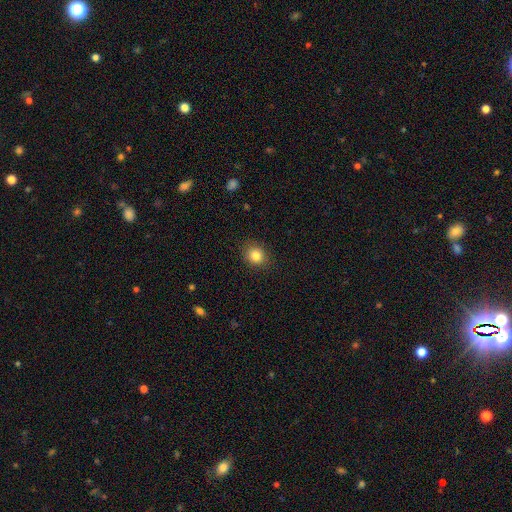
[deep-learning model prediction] Smooth or featured? Predicted: smooth (p=0.83). How rounded? Predicted: round (p=0.70). Merging? Predicted: none (p=0.87).